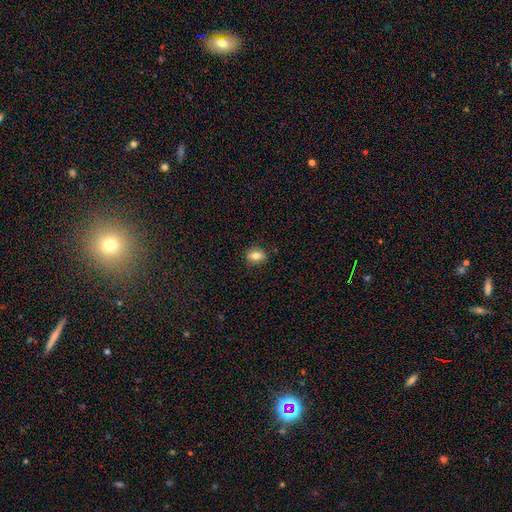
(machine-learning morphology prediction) Overall: smooth (80%). How rounded: in between (59%; round 39%). Merging: none (84%).